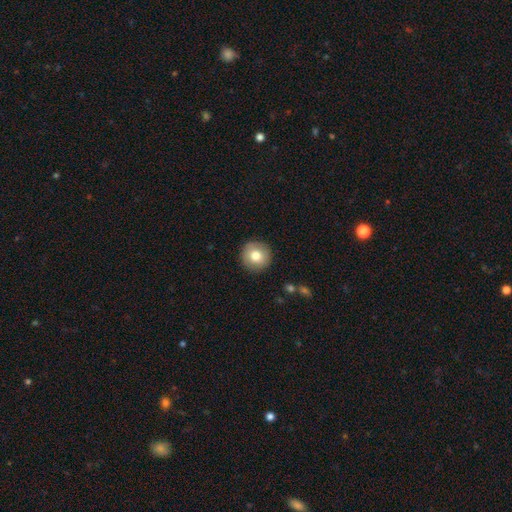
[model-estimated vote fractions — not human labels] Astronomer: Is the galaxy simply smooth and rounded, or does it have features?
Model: smooth — 78%.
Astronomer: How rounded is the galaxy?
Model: round — 96%.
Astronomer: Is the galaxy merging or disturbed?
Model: none — 91%.